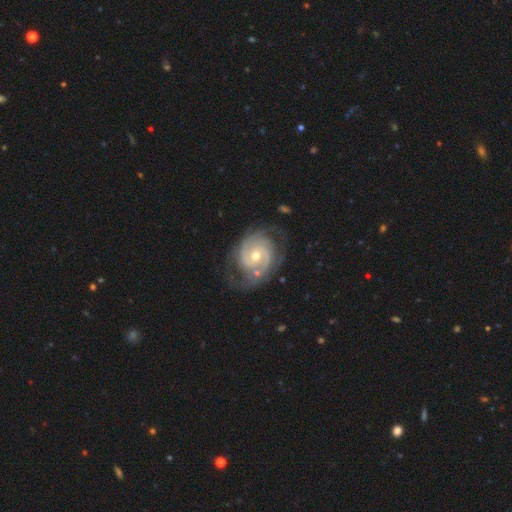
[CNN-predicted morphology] The model was most divided on "bulge size": moderate: 58%, small: 38%, large: 3%, none: 1%, dominant: 1%. More confident: edge-on disk — no (98%); spiral arms — yes (97%); smooth or featured — featured or disk (90%); merging — none (67%); spiral arm count — 2 (65%); bar — no (60%); spiral winding — tight (59%).